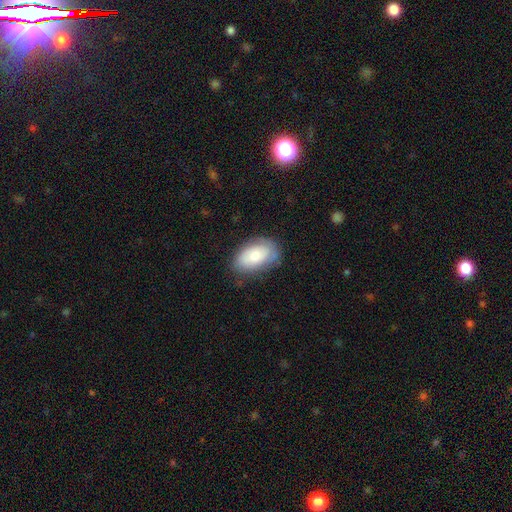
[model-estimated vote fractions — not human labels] smooth 76%, featured or disk 18%, star or artifact 6%. Down the decision tree: how rounded — in between (94%); merging — none (73%).